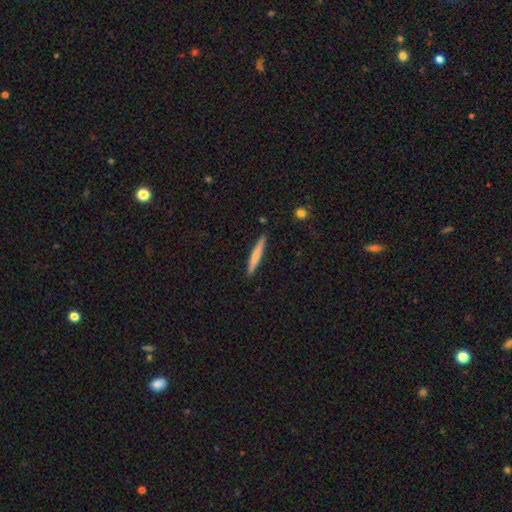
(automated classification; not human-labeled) Smooth or featured? Predicted: smooth (p=0.67). How rounded? Predicted: cigar-shaped (p=0.96). Merging? Predicted: none (p=0.89).